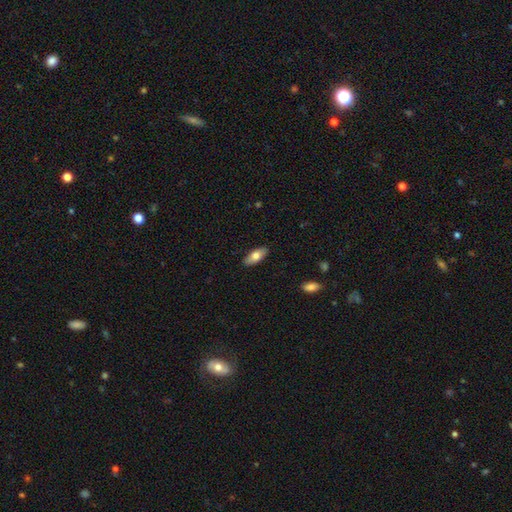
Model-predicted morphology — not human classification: Smooth or featured: smooth — 73% (featured or disk — 21%)
How rounded: in between — 83% (cigar-shaped — 14%)
Merging: none — 89% (minor disturbance — 8%)